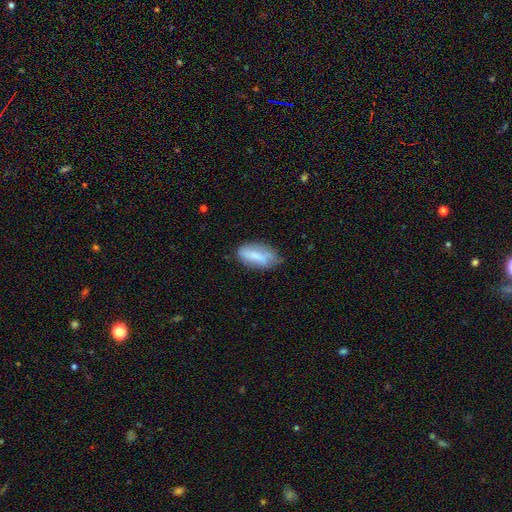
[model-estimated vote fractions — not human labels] Smooth or featured: smooth — 71% (featured or disk — 21%)
How rounded: in between — 83% (cigar-shaped — 15%)
Merging: none — 56% (minor disturbance — 33%)